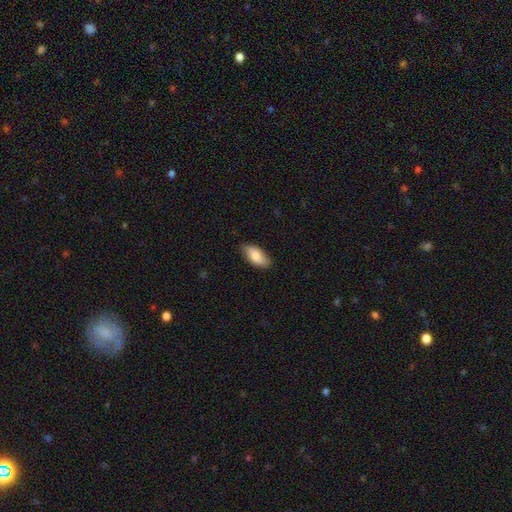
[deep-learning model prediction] smooth 83%, featured or disk 12%, star or artifact 6%. Down the decision tree: how rounded — in between (91%); merging — none (82%).